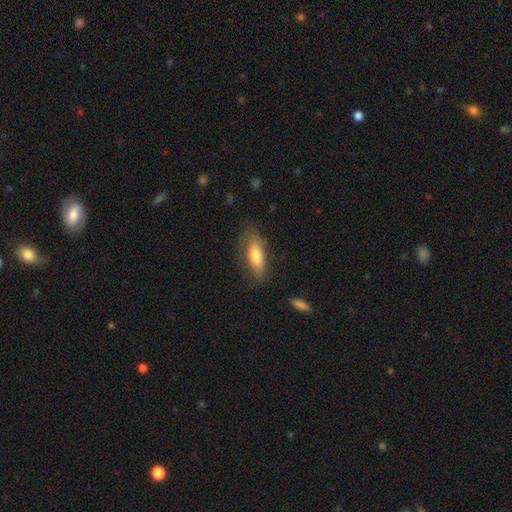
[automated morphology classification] The model was most divided on "how rounded": in between: 59%, cigar-shaped: 39%, round: 2%. More confident: merging — none (73%); smooth or featured — smooth (72%).